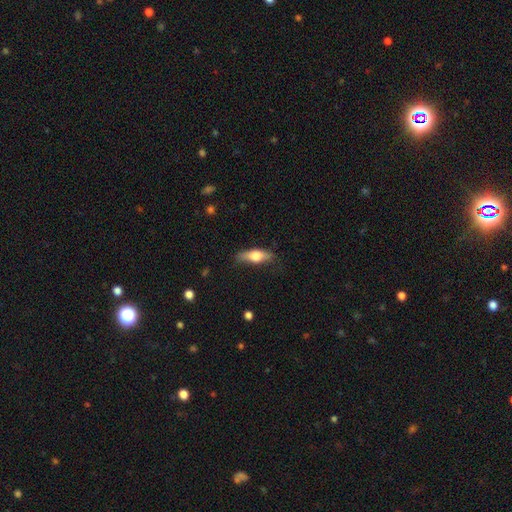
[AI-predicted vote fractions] Q: Smooth or featured?
A: smooth (57%); runner-up: featured or disk (36%)
Q: How rounded?
A: in between (54%); runner-up: cigar-shaped (42%)
Q: Merging?
A: none (79%); runner-up: minor disturbance (16%)